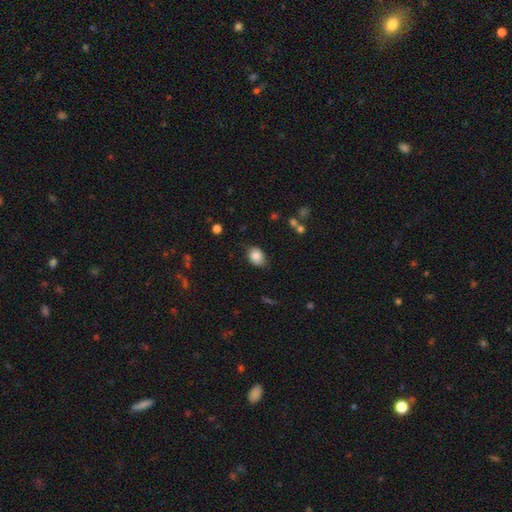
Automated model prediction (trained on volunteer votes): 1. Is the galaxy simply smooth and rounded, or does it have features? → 85% smooth, 8% star or artifact, 7% featured or disk.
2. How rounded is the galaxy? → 69% in between, 30% round, 1% cigar-shaped.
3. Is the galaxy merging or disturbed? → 71% none, 23% minor disturbance, 5% major disturbance, 2% merger.